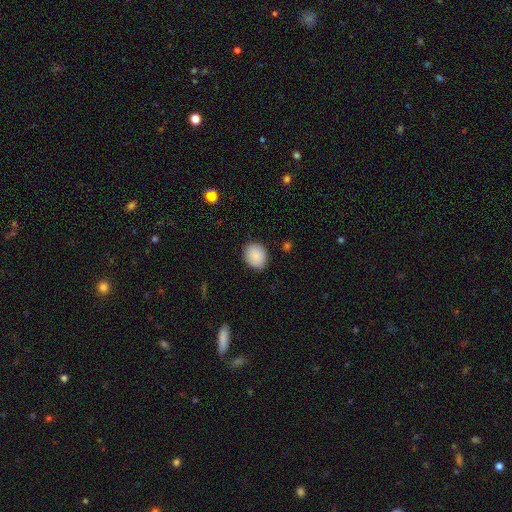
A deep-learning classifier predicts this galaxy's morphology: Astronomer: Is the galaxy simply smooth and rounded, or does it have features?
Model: smooth — 87%.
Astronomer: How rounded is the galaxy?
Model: round — 60% (runner-up: in between, 39%).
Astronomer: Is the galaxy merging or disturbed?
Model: none — 86%.